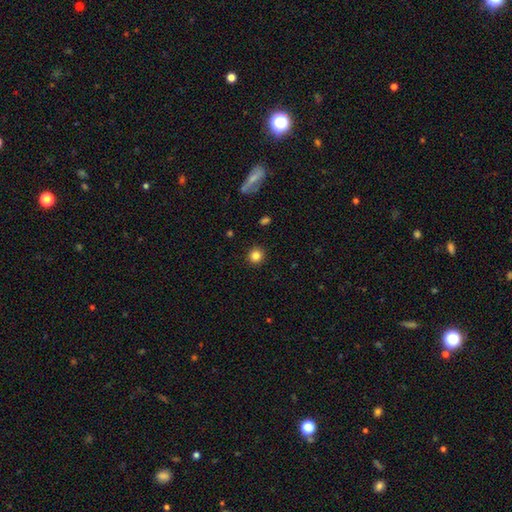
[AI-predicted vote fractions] This is clearly a smooth galaxy (84%). How rounded: clearly round (92%). Merging: clearly none (92%).